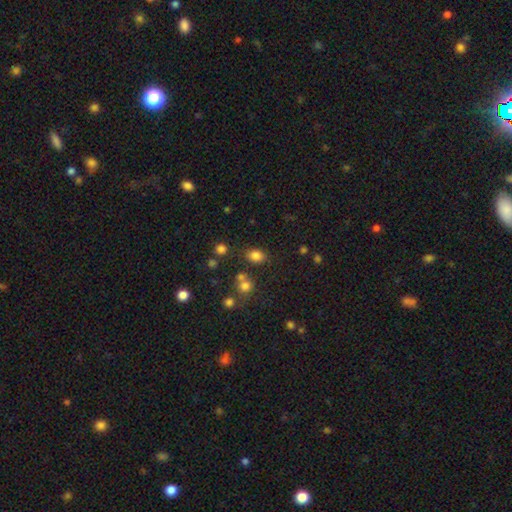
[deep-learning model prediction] This is clearly a smooth galaxy (81%). How rounded: likely in between (63%). Merging: likely none (77%).